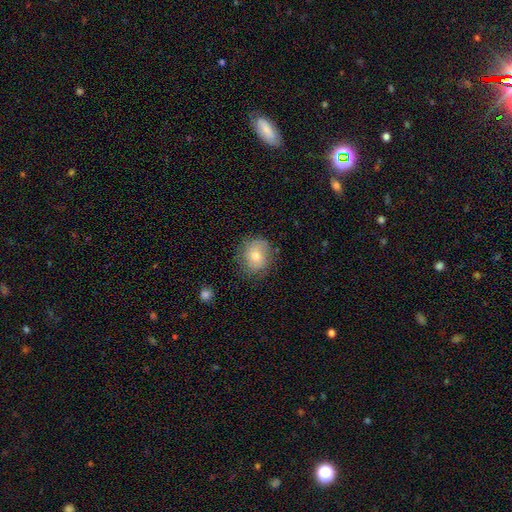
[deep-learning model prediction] The model was most divided on "how rounded": round: 72%, in between: 27%, cigar-shaped: 1%. More confident: merging — none (76%); smooth or featured — smooth (73%).